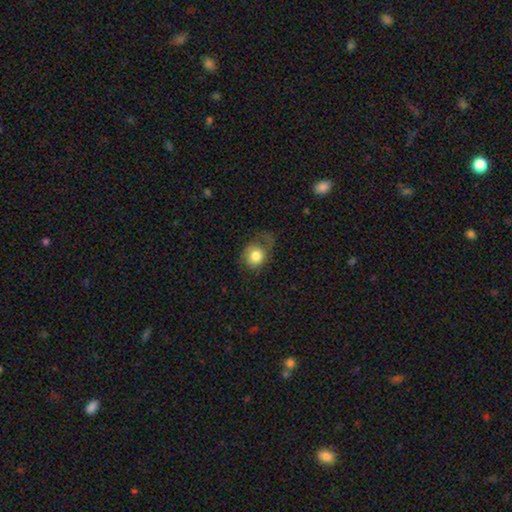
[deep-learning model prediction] Q: Smooth or featured?
A: smooth (75%); runner-up: featured or disk (17%)
Q: How rounded?
A: round (63%); runner-up: in between (36%)
Q: Merging?
A: none (38%); runner-up: major disturbance (32%)